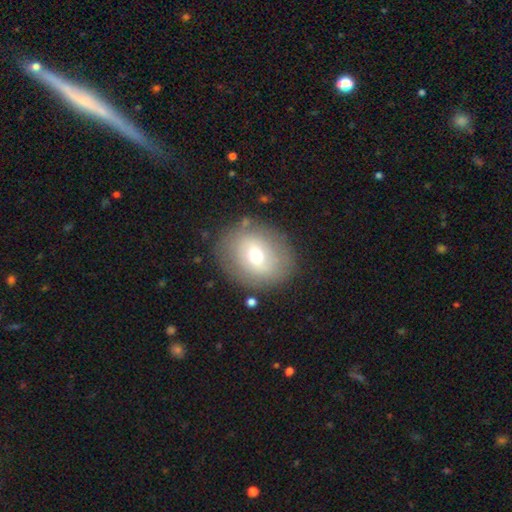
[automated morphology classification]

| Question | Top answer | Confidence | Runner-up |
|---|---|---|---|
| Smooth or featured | smooth | 57% | featured or disk (33%) |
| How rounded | round | 61% | in between (38%) |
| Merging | none | 81% | minor disturbance (12%) |